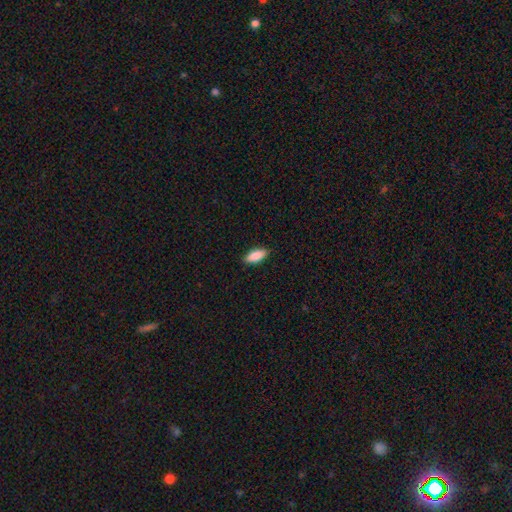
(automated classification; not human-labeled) The model was most divided on "how rounded": in between: 78%, cigar-shaped: 20%, round: 2%. More confident: merging — none (87%); smooth or featured — smooth (86%).